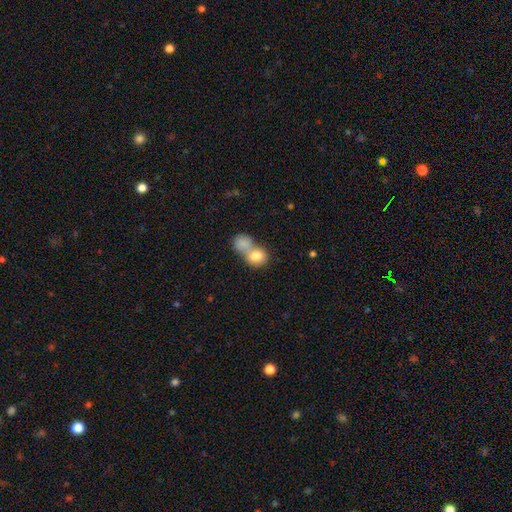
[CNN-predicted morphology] This is clearly a smooth galaxy (81%). How rounded: possibly round (59%). Merging: likely merger (69%).